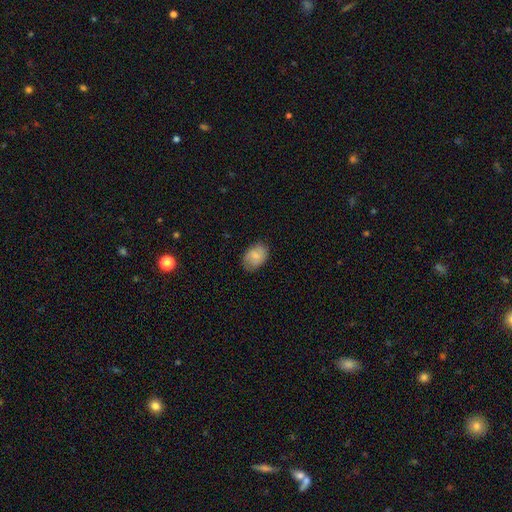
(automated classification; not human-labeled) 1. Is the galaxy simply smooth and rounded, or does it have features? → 71% smooth, 22% featured or disk, 7% star or artifact.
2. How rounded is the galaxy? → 83% in between, 16% round, 1% cigar-shaped.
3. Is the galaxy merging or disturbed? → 78% none, 18% minor disturbance, 4% major disturbance, 1% merger.